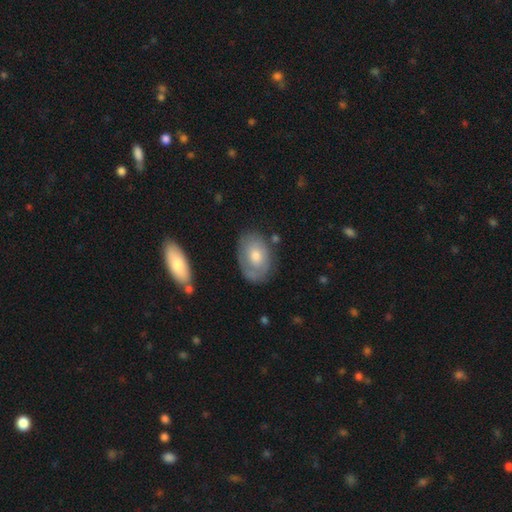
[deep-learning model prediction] The model was most divided on "smooth or featured": smooth: 53%, featured or disk: 41%, star or artifact: 6%. More confident: how rounded — in between (82%); merging — none (70%).